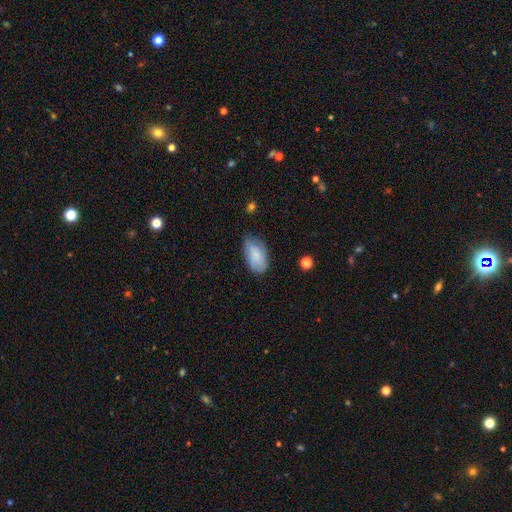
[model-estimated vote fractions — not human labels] Smooth or featured?
  - smooth: 72% *
  - featured or disk: 21%
  - star or artifact: 7%
How rounded?
  - in between: 93% *
  - round: 4%
  - cigar-shaped: 3%
Merging?
  - none: 63% *
  - minor disturbance: 29%
  - major disturbance: 7%
  - merger: 2%